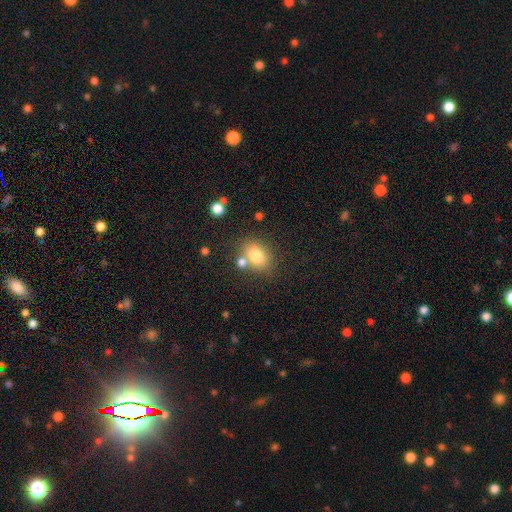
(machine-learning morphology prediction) A smooth galaxy with no disk features (78%) that is in between round and cigar-shaped (60%). Merging: none (63%).